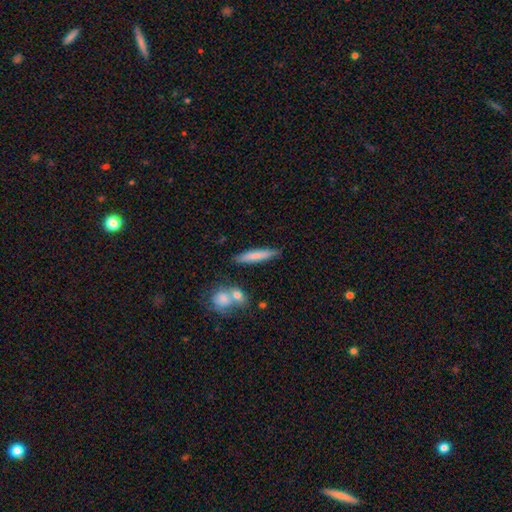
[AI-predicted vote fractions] This is likely a smooth galaxy (72%). How rounded: clearly cigar-shaped (88%). Merging: clearly none (80%).